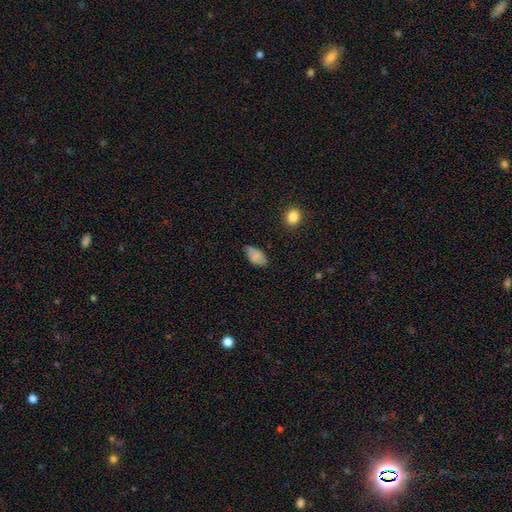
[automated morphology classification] A smooth galaxy with no disk features (80%) that is in between round and cigar-shaped (93%). Merging: none (63%).